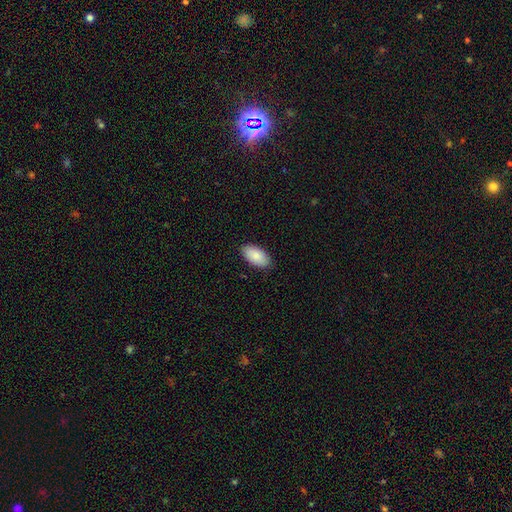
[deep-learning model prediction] This appears to be a smooth galaxy with no disk features (87%) that is in between round and cigar-shaped (95%). Merging: none (88%).